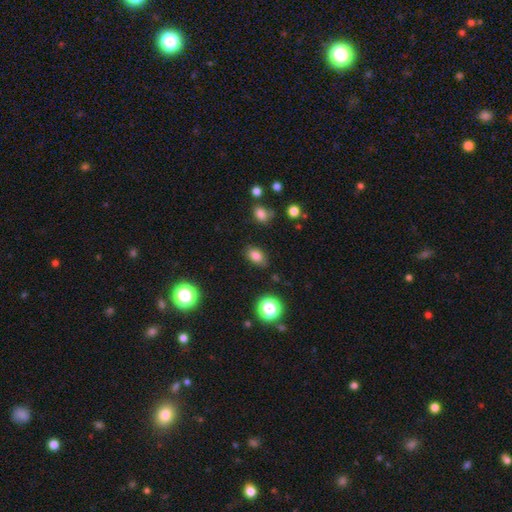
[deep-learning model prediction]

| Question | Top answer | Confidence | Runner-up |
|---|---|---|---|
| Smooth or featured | smooth | 81% | star or artifact (13%) |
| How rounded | in between | 83% | round (15%) |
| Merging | none | 83% | minor disturbance (12%) |